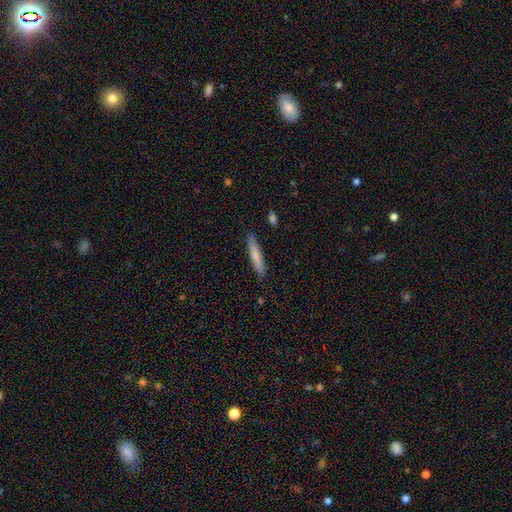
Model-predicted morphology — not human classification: Overall: smooth (76%). How rounded: cigar-shaped (92%). Merging: none (88%).